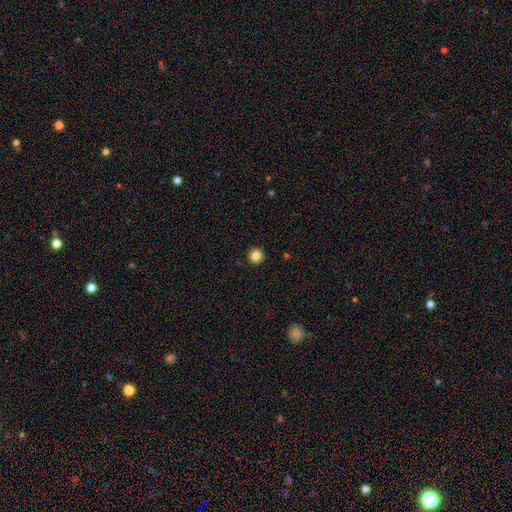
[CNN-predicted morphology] smooth-or-featured: smooth: 85% | star or artifact: 11% | featured or disk: 5%
  how-rounded: round: 96% | in between: 3% | cigar-shaped: 1%
  merging: none: 94% | minor disturbance: 4% | major disturbance: 1% | merger: 1%